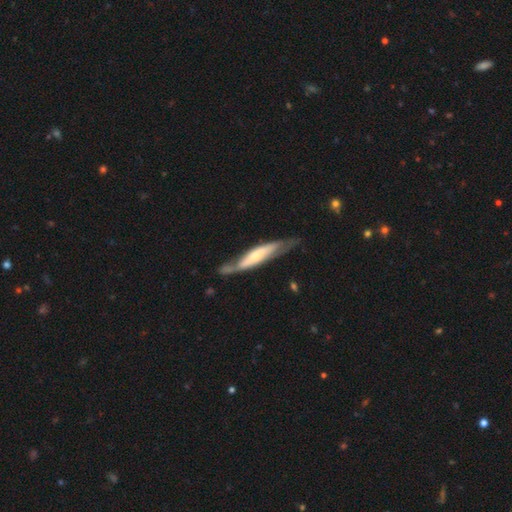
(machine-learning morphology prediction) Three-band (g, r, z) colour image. It shows a featured or disk galaxy (65%) viewed edge-on (59%). Merging: none (56%).